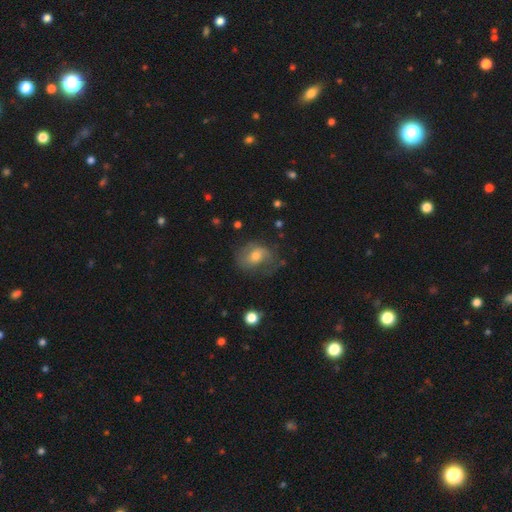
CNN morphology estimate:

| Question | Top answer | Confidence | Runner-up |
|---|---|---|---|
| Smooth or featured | smooth | 45% | tied: featured or disk (45%) |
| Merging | none | 57% | minor disturbance (25%) |